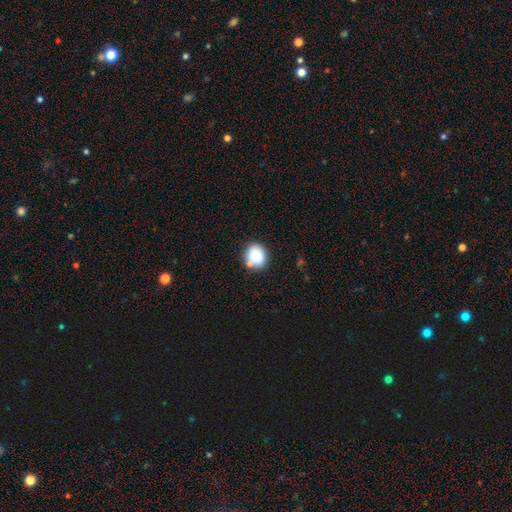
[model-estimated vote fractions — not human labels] A smooth galaxy with no disk features (85%) that is round (68%).

Vote fractions:
- Smooth or featured? smooth: 85% / star or artifact: 9% / featured or disk: 6%
- How rounded? round: 68% / in between: 31% / cigar-shaped: 1%
- Merging? none: 74% / minor disturbance: 13% / merger: 10% / major disturbance: 3%